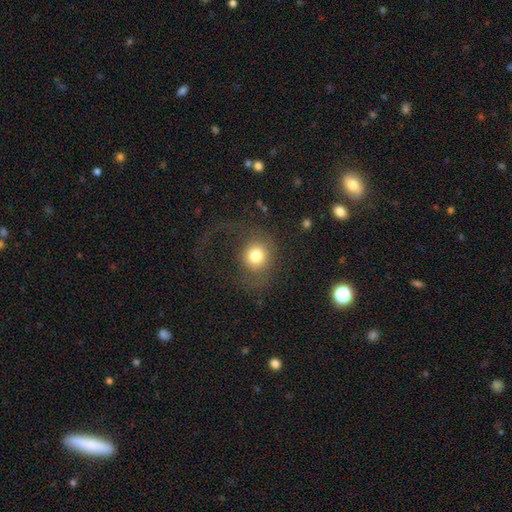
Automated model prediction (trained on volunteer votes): Smooth or featured? smooth (71%)
How rounded? round (83%)
Merging? none (42%, tied with major disturbance)